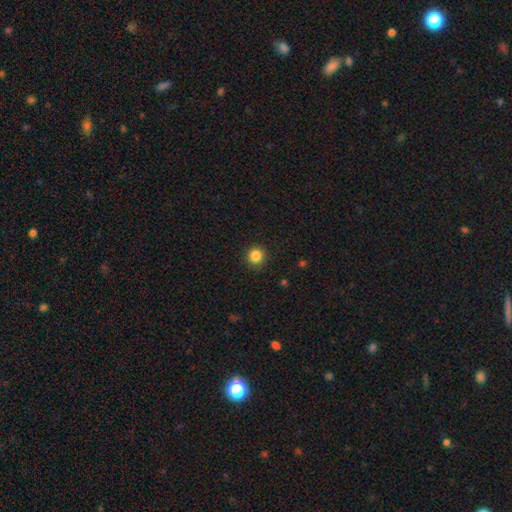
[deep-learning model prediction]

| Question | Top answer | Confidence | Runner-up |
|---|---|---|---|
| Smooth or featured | smooth | 85% | star or artifact (11%) |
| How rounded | round | 94% | in between (5%) |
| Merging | none | 90% | minor disturbance (7%) |